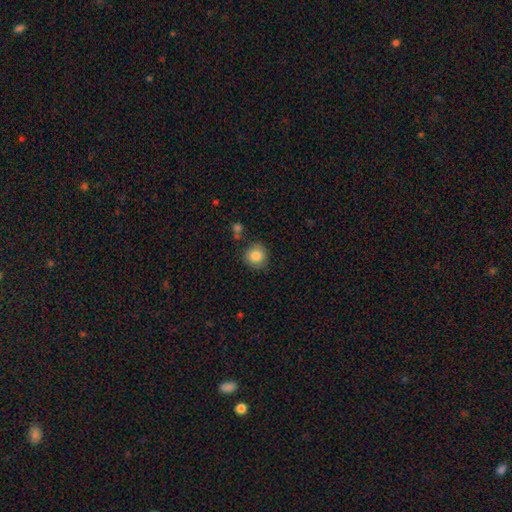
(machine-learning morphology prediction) The model was most divided on "merging": none: 79%, minor disturbance: 14%, merger: 4%, major disturbance: 3%. More confident: how rounded — round (88%); smooth or featured — smooth (85%).